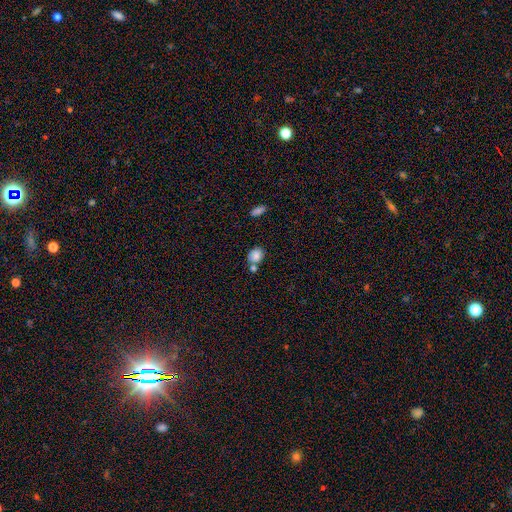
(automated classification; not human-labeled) A smooth galaxy with no disk features (83%) that is round (61%).

Vote fractions:
- Smooth or featured? smooth: 83% / star or artifact: 10% / featured or disk: 7%
- How rounded? round: 61% / in between: 37% / cigar-shaped: 1%
- Merging? none: 56% / merger: 27% / minor disturbance: 13% / major disturbance: 4%